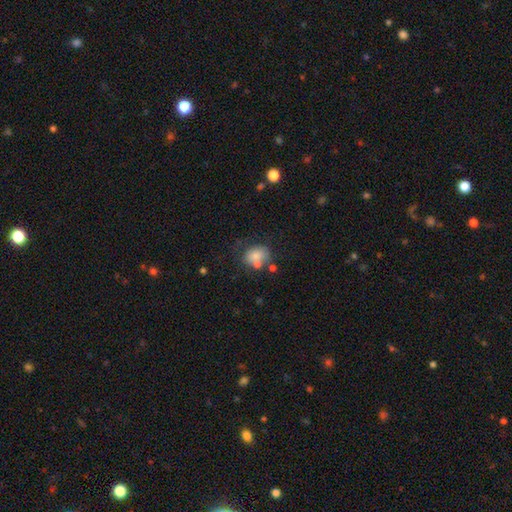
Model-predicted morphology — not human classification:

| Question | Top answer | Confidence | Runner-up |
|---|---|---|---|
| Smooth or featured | smooth | 75% | featured or disk (15%) |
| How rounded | in between | 59% | round (40%) |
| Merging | none | 51% | merger (22%) |